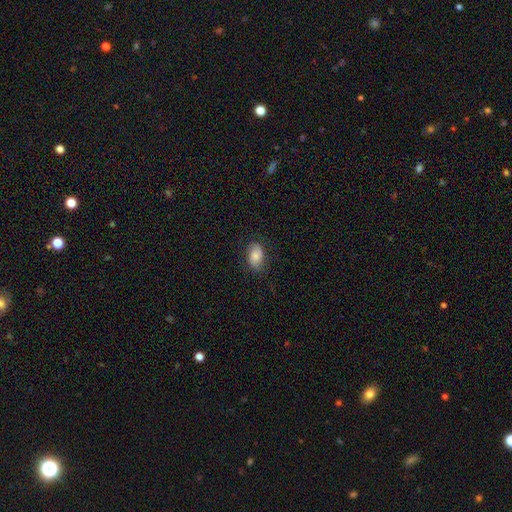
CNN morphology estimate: The model was most divided on "merging": none: 74%, minor disturbance: 19%, major disturbance: 6%, merger: 1%. More confident: how rounded — in between (86%); smooth or featured — smooth (78%).